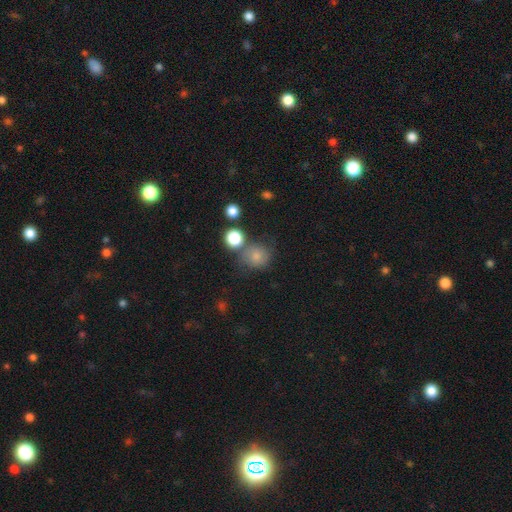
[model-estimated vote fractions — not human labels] This is likely a smooth galaxy (78%). How rounded: clearly round (84%). Merging: likely none (61%).